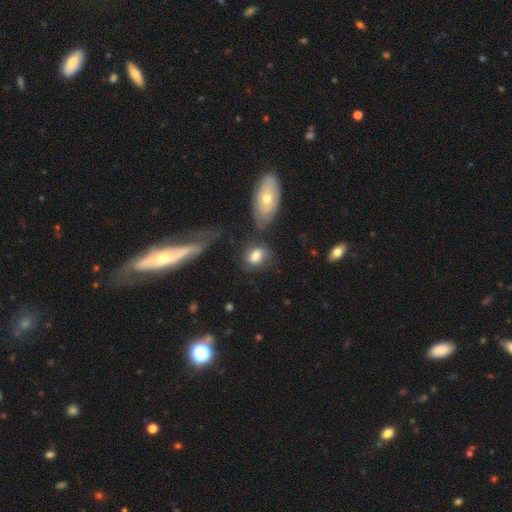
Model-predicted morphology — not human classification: smooth 66%, featured or disk 25%, star or artifact 9%. Down the decision tree: how rounded — in between (71%); merging — none (49%).